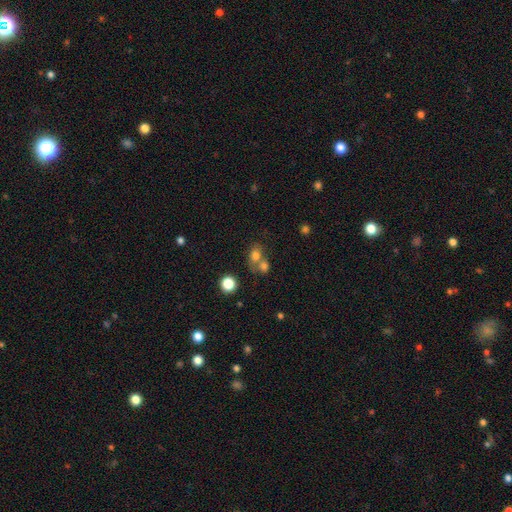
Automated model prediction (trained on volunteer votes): A smooth galaxy with no disk features (74%) that is in between round and cigar-shaped (51%).

Vote fractions:
- Smooth or featured? smooth: 74% / star or artifact: 14% / featured or disk: 12%
- How rounded? in between: 51% / round: 47% / cigar-shaped: 2%
- Merging? merger: 50% / none: 36% / minor disturbance: 9% / major disturbance: 5%